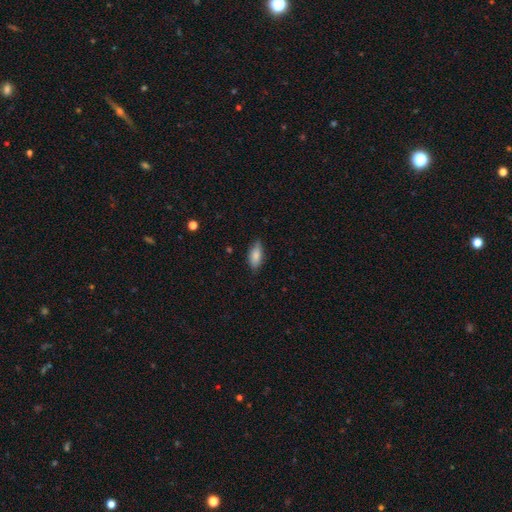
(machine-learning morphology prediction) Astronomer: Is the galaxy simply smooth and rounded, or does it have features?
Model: smooth — 84%.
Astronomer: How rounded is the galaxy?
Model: in between — 84%.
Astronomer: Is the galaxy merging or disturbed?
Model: none — 76%.